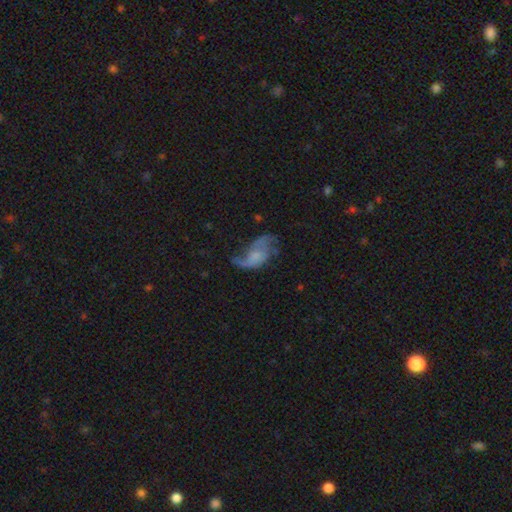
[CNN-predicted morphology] Overall: featured or disk (68%). Edge-on disk: no (96%). Bar: no (67%; weak 28%). Spiral arms: yes (82%). Spiral arm count: 2 (75%). Spiral winding: loose (69%). Bulge size: small (37%; none 33%). Merging: none (40%; major disturbance 33%).